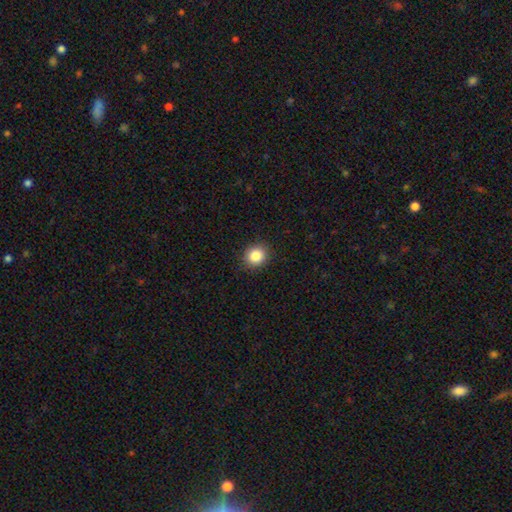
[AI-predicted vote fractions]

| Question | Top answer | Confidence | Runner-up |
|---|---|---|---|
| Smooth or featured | smooth | 85% | star or artifact (10%) |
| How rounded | round | 83% | in between (16%) |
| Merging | none | 91% | minor disturbance (7%) |